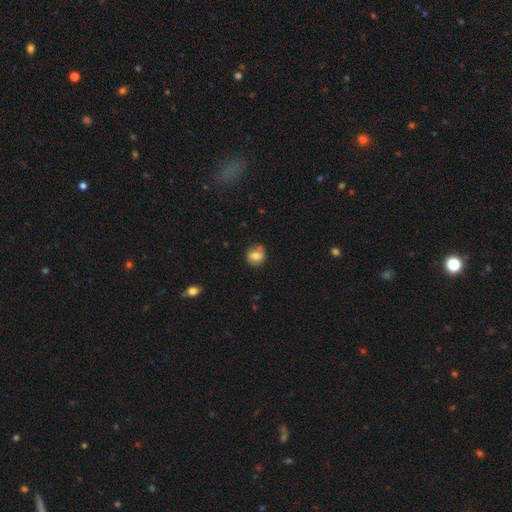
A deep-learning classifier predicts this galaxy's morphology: The model was most divided on "how rounded": round: 76%, in between: 23%, cigar-shaped: 1%. More confident: smooth or featured — smooth (77%); merging — none (74%).